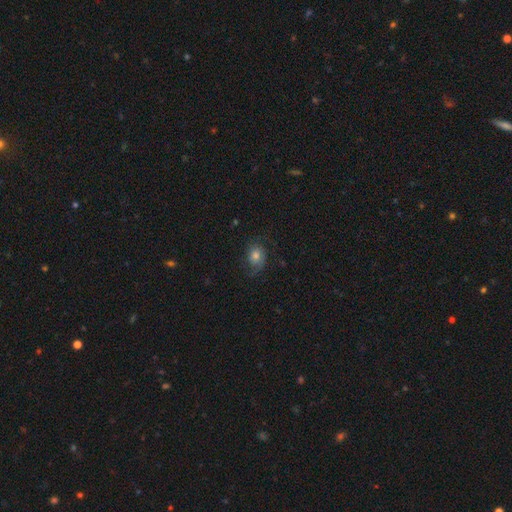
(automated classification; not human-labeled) smooth 54%, featured or disk 33%, star or artifact 13%. Down the decision tree: how rounded — in between (52%); merging — none (65%).